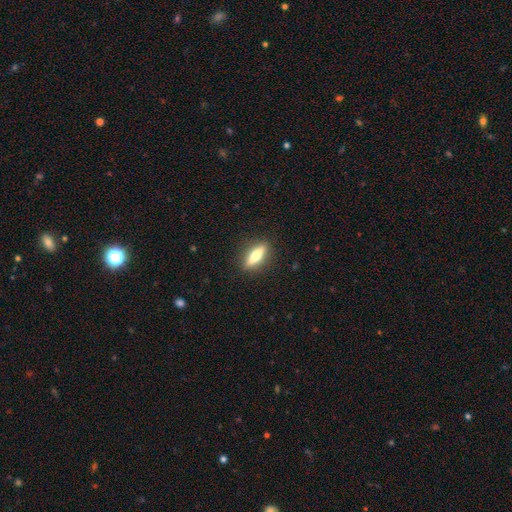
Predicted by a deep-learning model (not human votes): A smooth galaxy with no disk features (52%) that is cigar-shaped (58%). Merging: none (89%).